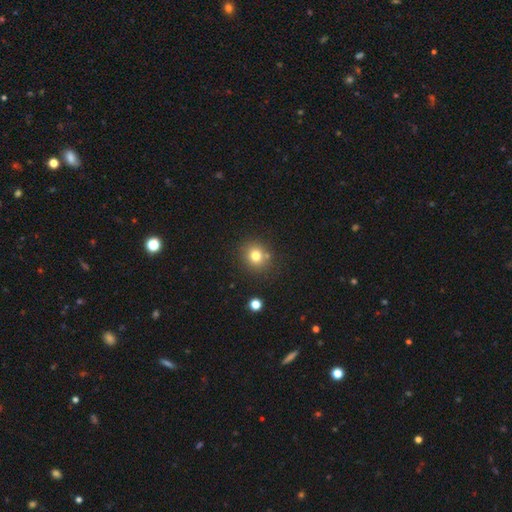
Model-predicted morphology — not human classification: This is likely a smooth galaxy (77%). How rounded: clearly round (81%). Merging: likely none (78%).